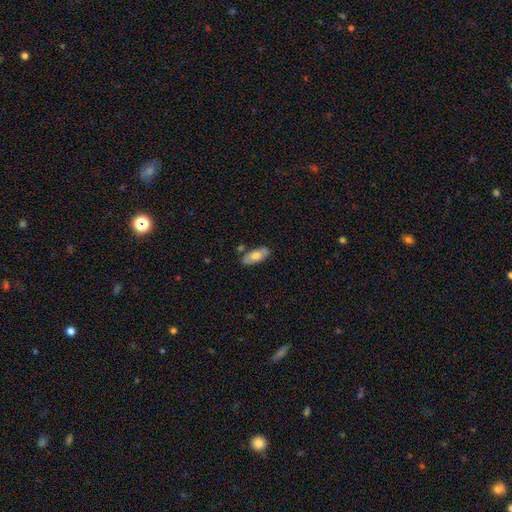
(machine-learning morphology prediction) type=smooth (62%); roundness=in between (89%); merging=none (77%).